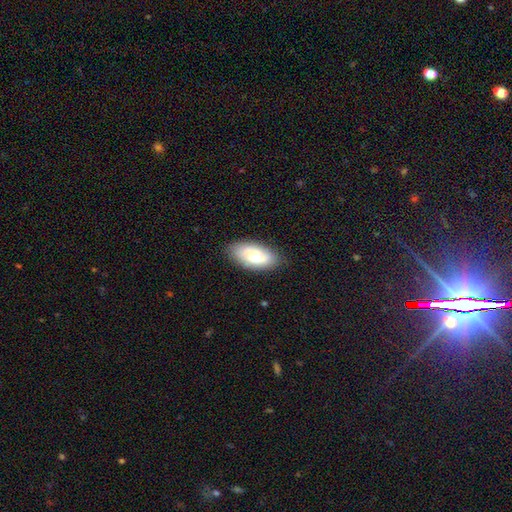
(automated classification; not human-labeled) The model was most divided on "smooth or featured": smooth: 69%, featured or disk: 24%, star or artifact: 7%. More confident: how rounded — in between (92%); merging — none (83%).